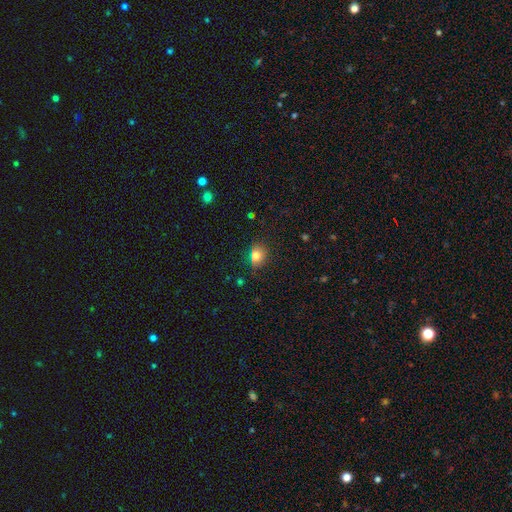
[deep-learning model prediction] smooth-or-featured: smooth: 80% | star or artifact: 12% | featured or disk: 8%
  how-rounded: round: 53% | in between: 46% | cigar-shaped: 1%
  merging: none: 73% | minor disturbance: 20% | major disturbance: 5% | merger: 2%